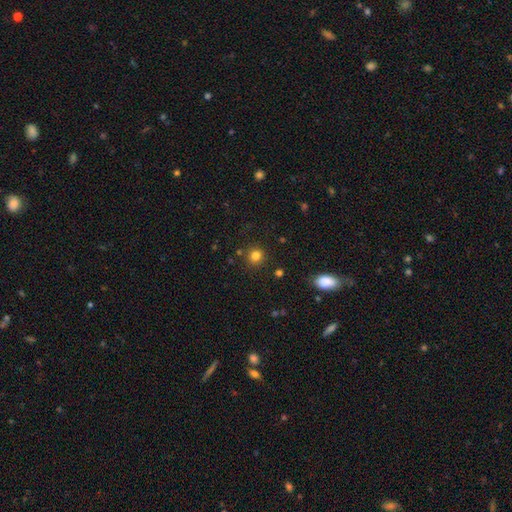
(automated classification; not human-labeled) Smooth or featured: smooth — 80% (star or artifact — 14%)
How rounded: round — 89% (in between — 10%)
Merging: none — 87% (minor disturbance — 8%)